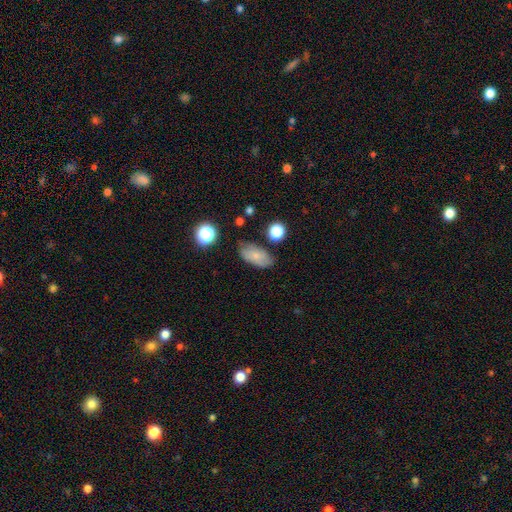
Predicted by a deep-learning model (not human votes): Smooth or featured? Predicted: smooth (p=0.70). How rounded? Predicted: in between (p=0.89). Merging? Predicted: none (p=0.67).